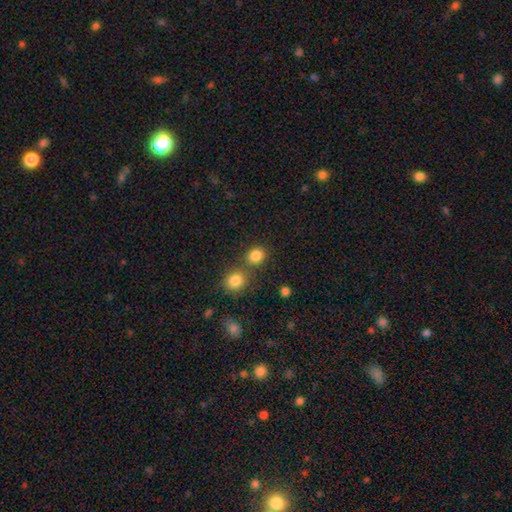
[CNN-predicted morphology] Smooth or featured? smooth (84%)
How rounded? round (69%)
Merging? none (69%)